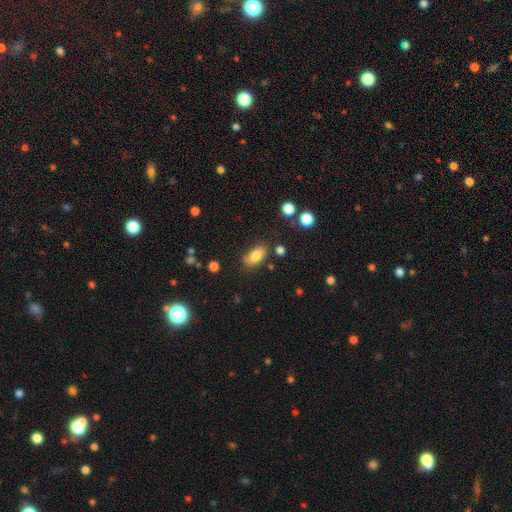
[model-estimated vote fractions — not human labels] A smooth galaxy with no disk features (82%) that is in between round and cigar-shaped (89%). Merging: none (74%).